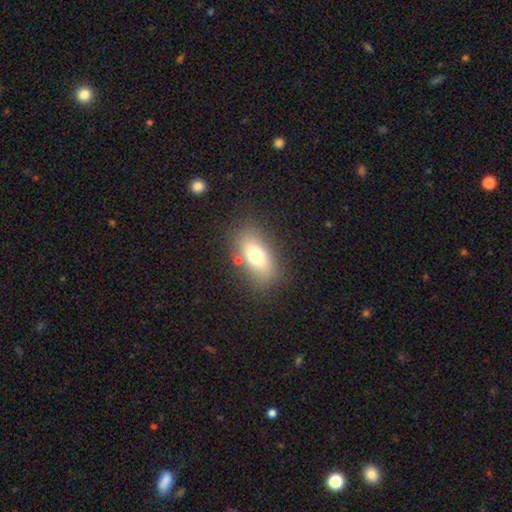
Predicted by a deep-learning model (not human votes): Morphology: type=smooth (71%); roundness=in between (85%); merging=none (79%).